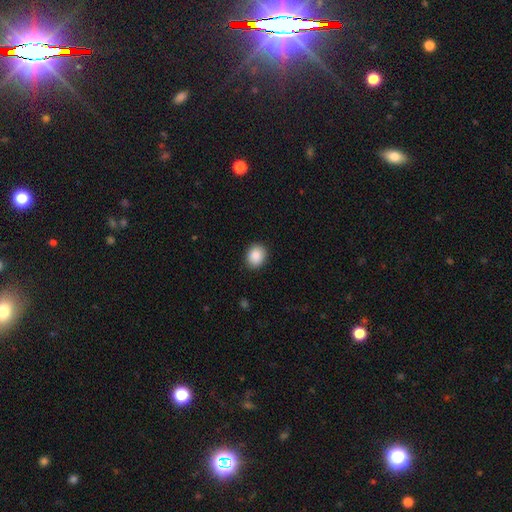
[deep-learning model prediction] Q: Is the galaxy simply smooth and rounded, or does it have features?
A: smooth — 89%.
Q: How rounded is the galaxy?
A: round — 60%.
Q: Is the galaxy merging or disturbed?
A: none — 90%.